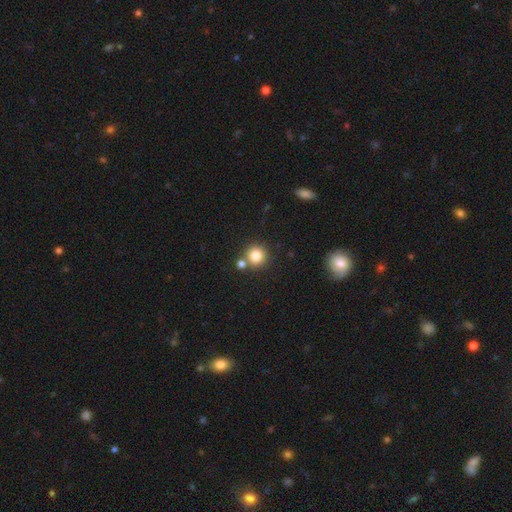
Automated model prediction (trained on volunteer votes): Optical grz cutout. It shows a smooth galaxy with no disk features (83%) that is round (92%). Merging: none (71%).